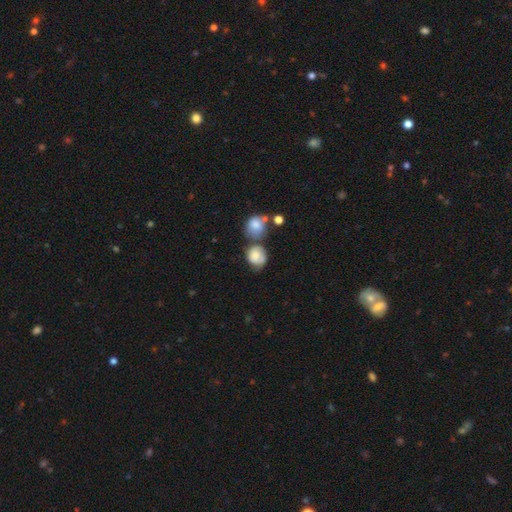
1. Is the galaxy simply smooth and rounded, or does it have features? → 85% smooth, 15% featured or disk, 0% star or artifact.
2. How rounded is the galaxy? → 82% round, 18% in between, 0% cigar-shaped.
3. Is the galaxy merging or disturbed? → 38% none, 36% minor disturbance, 13% major disturbance, 13% merger.